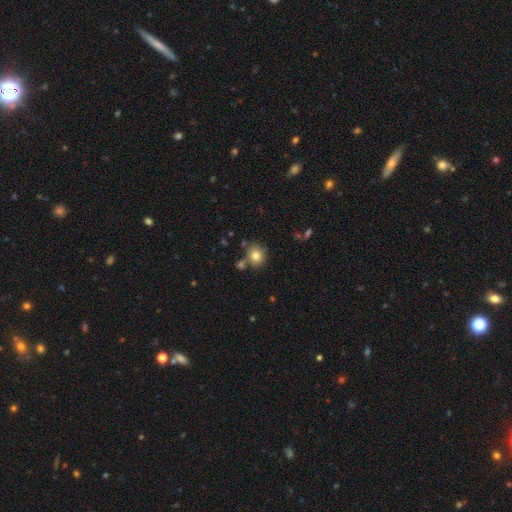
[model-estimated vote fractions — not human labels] Smooth or featured? Predicted: smooth (p=0.80). How rounded? Predicted: round (p=0.83). Merging? Predicted: none (p=0.71).